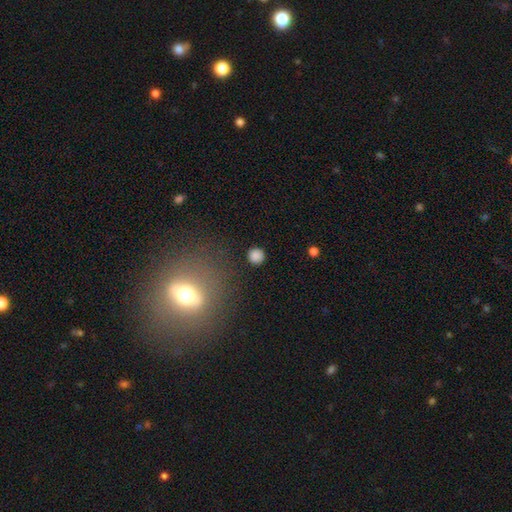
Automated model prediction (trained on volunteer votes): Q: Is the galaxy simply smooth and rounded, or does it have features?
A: smooth — 85%.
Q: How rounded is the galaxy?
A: round — 94%.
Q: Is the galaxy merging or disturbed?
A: none — 90%.